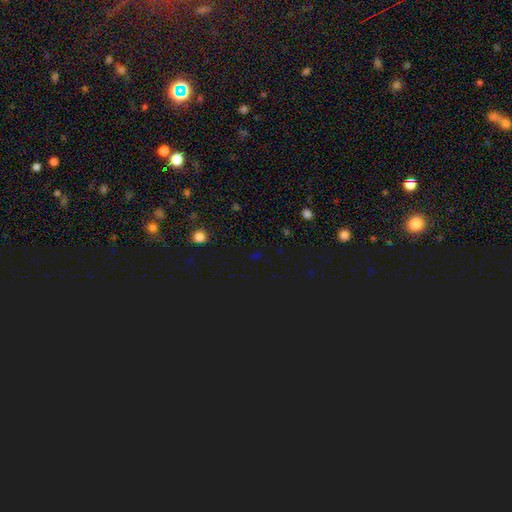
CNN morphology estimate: Smooth or featured: star or artifact — 69% (smooth — 24%)